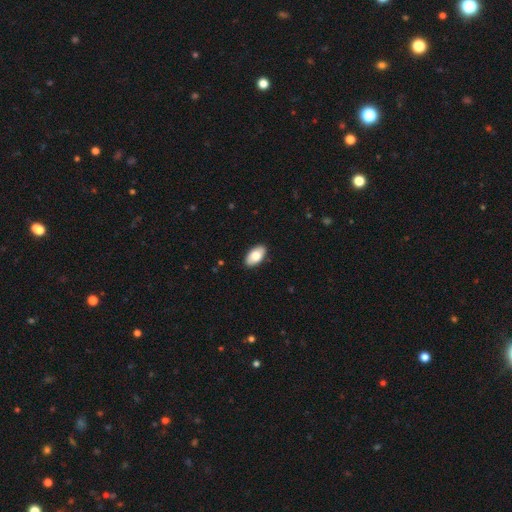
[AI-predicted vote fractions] A smooth galaxy with no disk features (80%) that is in between round and cigar-shaped (95%).

Vote fractions:
- Smooth or featured? smooth: 80% / featured or disk: 14% / star or artifact: 6%
- How rounded? in between: 95% / round: 3% / cigar-shaped: 2%
- Merging? none: 88% / minor disturbance: 9% / major disturbance: 2% / merger: 1%